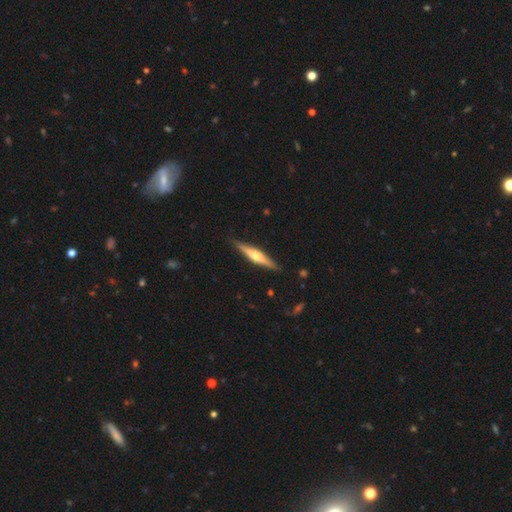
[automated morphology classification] Overall: featured or disk (67%; smooth 28%). Edge-on disk: yes (97%). Edge-on bulge: rounded (89%). Merging: none (89%).